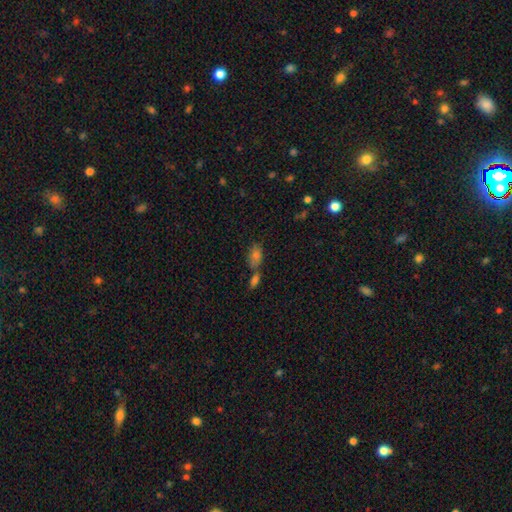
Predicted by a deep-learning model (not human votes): Q: Smooth or featured?
A: smooth (66%); runner-up: star or artifact (20%)
Q: How rounded?
A: in between (82%); runner-up: round (13%)
Q: Merging?
A: none (51%); runner-up: merger (32%)